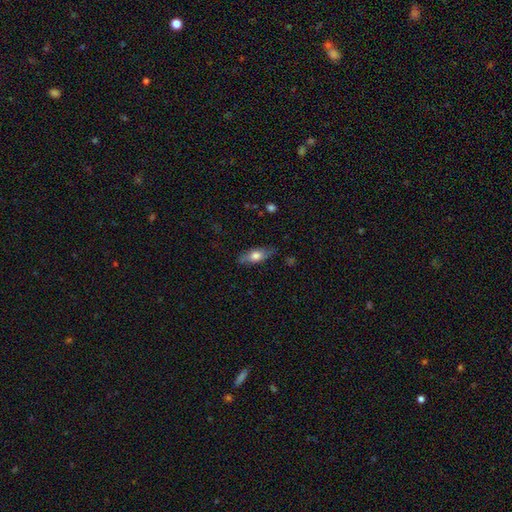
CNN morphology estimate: The model was most divided on "smooth or featured": smooth: 61%, featured or disk: 33%, star or artifact: 7%. More confident: merging — none (77%); how rounded — in between (68%).